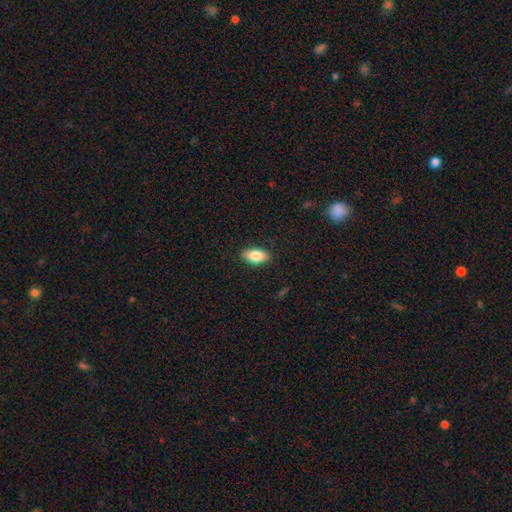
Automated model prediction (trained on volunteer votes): smooth-or-featured: smooth: 83% | featured or disk: 10% | star or artifact: 7%
  how-rounded: in between: 92% | round: 5% | cigar-shaped: 4%
  merging: none: 88% | minor disturbance: 9% | major disturbance: 2% | merger: 1%